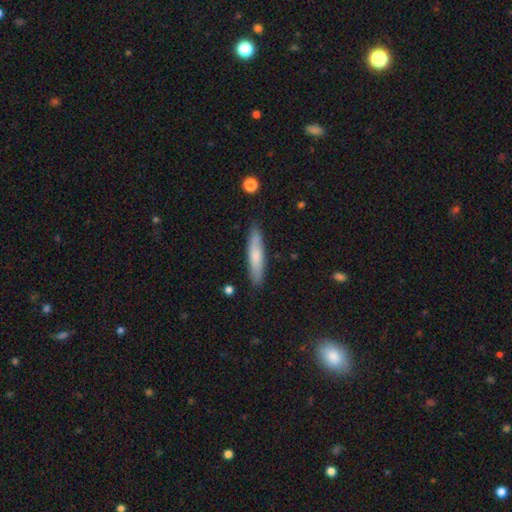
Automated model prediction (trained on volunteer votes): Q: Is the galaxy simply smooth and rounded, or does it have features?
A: smooth — 69%.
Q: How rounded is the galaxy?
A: cigar-shaped — 86%.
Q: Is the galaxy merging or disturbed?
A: none — 86%.